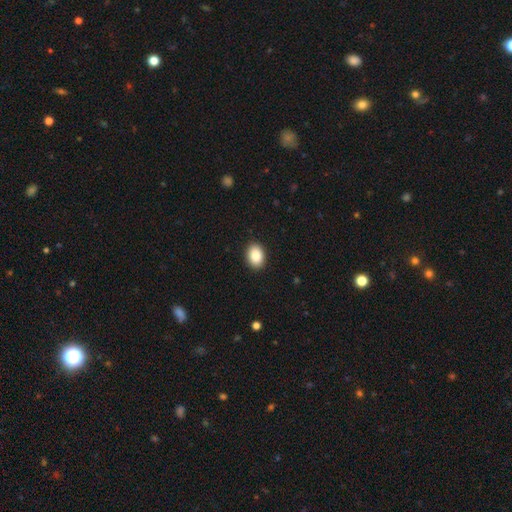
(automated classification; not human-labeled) Smooth or featured? smooth (88%)
How rounded? in between (73%)
Merging? none (91%)